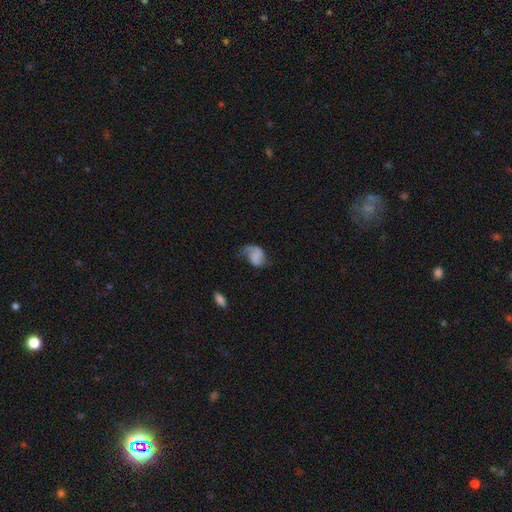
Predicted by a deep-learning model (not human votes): This is possibly a featured or disk galaxy (54%). It is clearly not viewed edge-on (98%). Bar: likely no (66%). Spiral arm pattern: clearly yes (82%). Central bulge: likely none (70%). Merging: marginally none (39%).